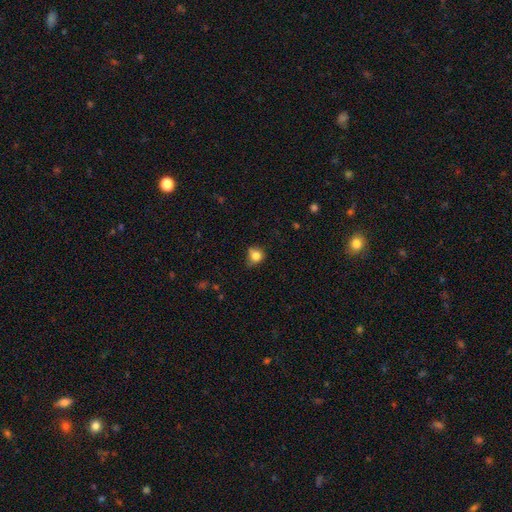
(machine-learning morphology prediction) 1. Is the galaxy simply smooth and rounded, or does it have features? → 77% smooth, 12% star or artifact, 11% featured or disk.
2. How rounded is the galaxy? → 71% round, 28% in between, 1% cigar-shaped.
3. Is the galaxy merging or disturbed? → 47% none, 33% minor disturbance, 11% major disturbance, 9% merger.